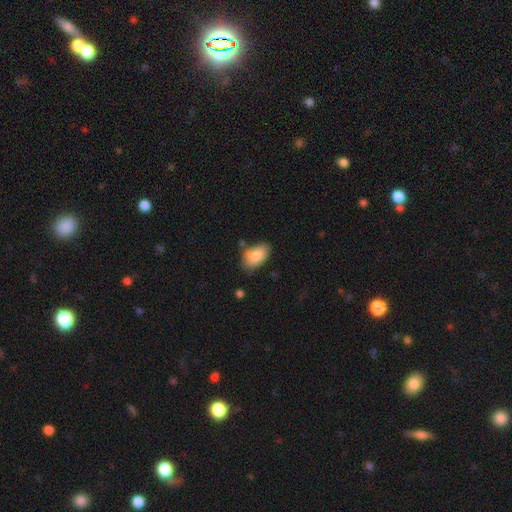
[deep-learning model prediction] A smooth galaxy with no disk features (86%) that is in between round and cigar-shaped (92%).

Vote fractions:
- Smooth or featured? smooth: 86% / featured or disk: 7% / star or artifact: 7%
- How rounded? in between: 92% / round: 7% / cigar-shaped: 1%
- Merging? none: 67% / minor disturbance: 23% / merger: 5% / major disturbance: 5%